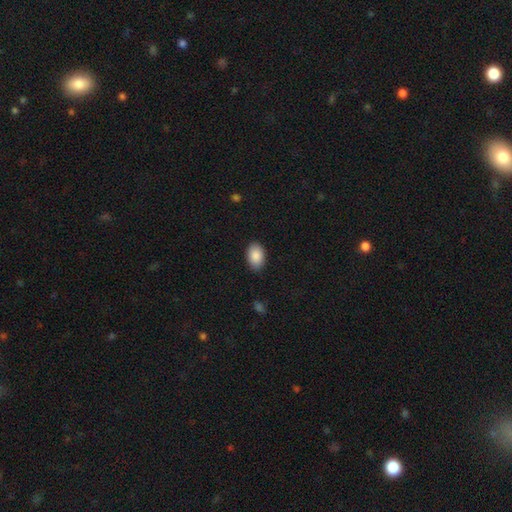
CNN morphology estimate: Smooth or featured? Predicted: smooth (p=0.89). How rounded? Predicted: in between (p=0.90). Merging? Predicted: none (p=0.86).